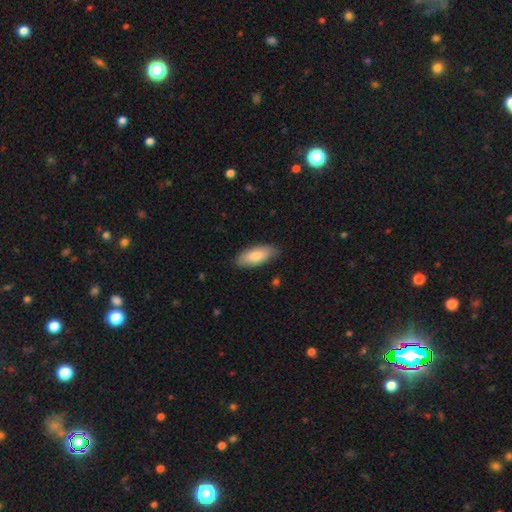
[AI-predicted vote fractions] smooth 79%, featured or disk 15%, star or artifact 6%. Down the decision tree: how rounded — in between (80%); merging — none (85%).